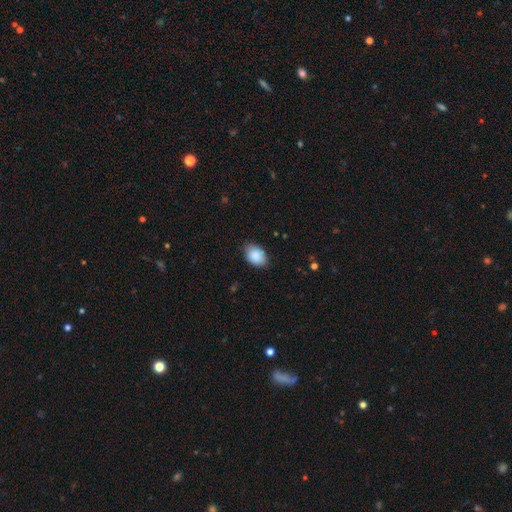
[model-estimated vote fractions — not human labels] This appears to be a smooth galaxy with no disk features (89%) that is in between round and cigar-shaped (82%). Merging: none (82%).